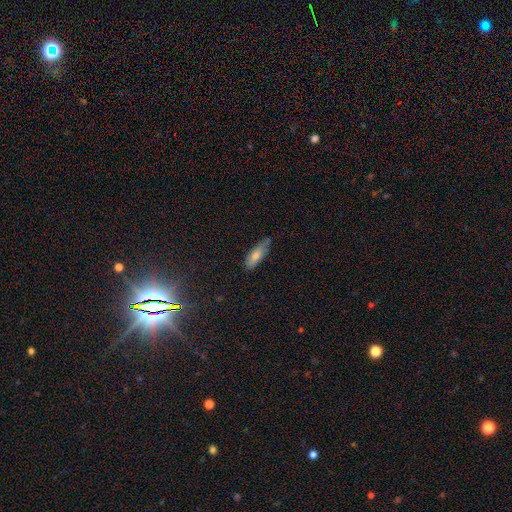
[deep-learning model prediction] This is likely a smooth galaxy (77%). How rounded: possibly in between (60%). Merging: likely none (66%).